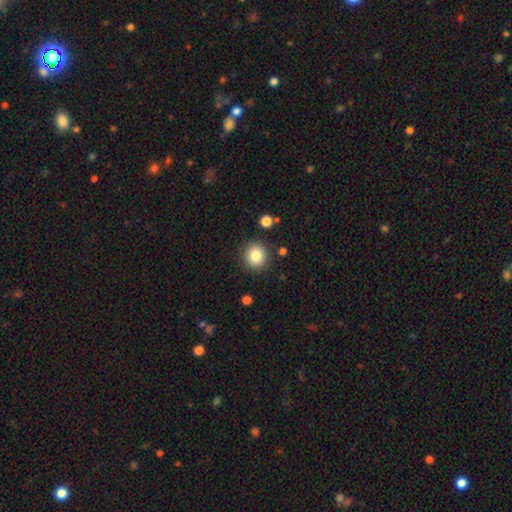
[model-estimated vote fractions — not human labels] A smooth galaxy with no disk features (83%) that is round (90%). Merging: none (88%).